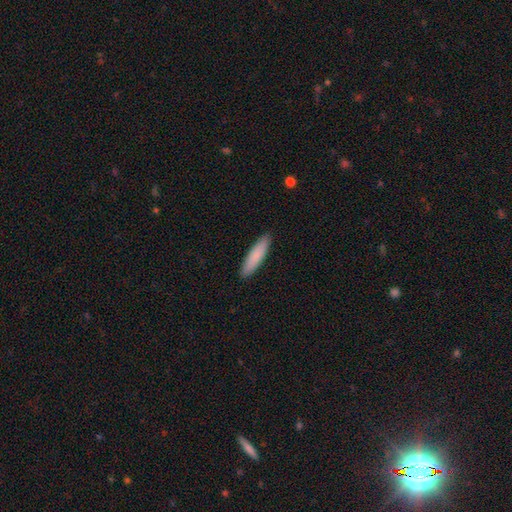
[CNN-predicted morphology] Smooth or featured?
  - smooth: 84% *
  - featured or disk: 11%
  - star or artifact: 5%
How rounded?
  - cigar-shaped: 76% *
  - in between: 22%
  - round: 1%
Merging?
  - none: 90% *
  - minor disturbance: 7%
  - major disturbance: 1%
  - merger: 1%